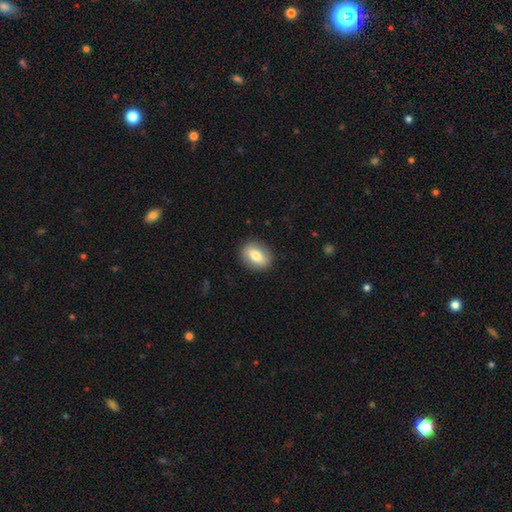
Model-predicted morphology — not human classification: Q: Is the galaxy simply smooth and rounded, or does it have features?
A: smooth — 73%.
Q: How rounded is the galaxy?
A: in between — 70%.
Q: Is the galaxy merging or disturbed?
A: none — 88%.